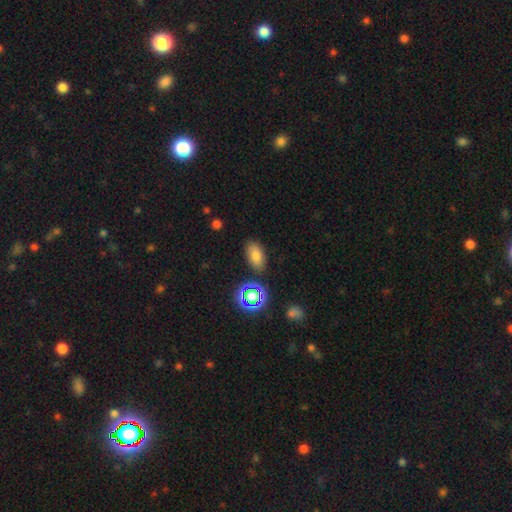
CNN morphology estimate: smooth_or_featured: smooth (p=0.75) [alt: star or artifact p=0.16]
how_rounded: in between (p=0.89) [alt: round p=0.08]
merging: none (p=0.83) [alt: minor disturbance p=0.11]